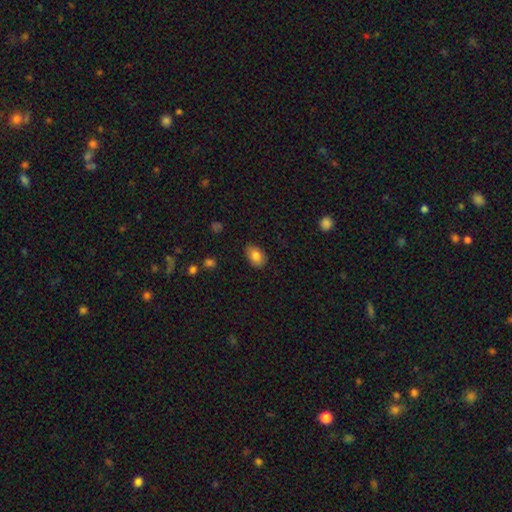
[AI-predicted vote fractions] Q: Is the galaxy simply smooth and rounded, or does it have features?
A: smooth — 83%.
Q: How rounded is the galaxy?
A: in between — 83%.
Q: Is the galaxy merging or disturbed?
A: none — 81%.